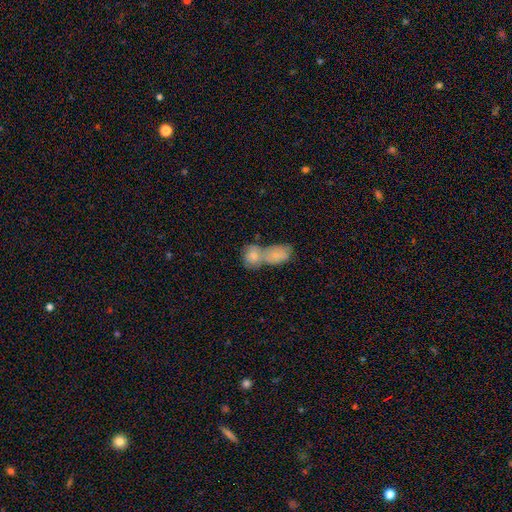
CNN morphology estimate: smooth 74%, featured or disk 18%, star or artifact 8%. Down the decision tree: how rounded — in between (63%); merging — merger (73%).